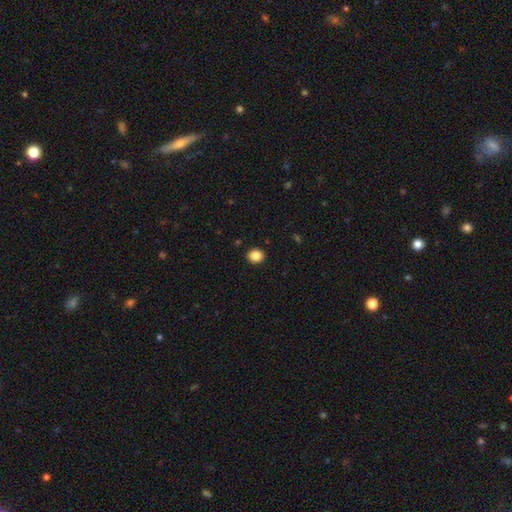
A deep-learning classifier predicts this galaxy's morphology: Smooth or featured? Predicted: smooth (p=0.86). How rounded? Predicted: round (p=0.76). Merging? Predicted: none (p=0.92).